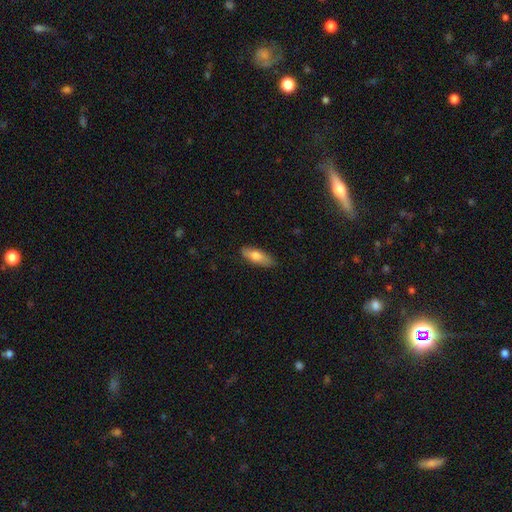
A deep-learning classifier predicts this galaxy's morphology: smooth_or_featured: smooth (p=0.74) [alt: featured or disk p=0.20]
how_rounded: in between (p=0.61) [alt: cigar-shaped p=0.37]
merging: none (p=0.84) [alt: minor disturbance p=0.13]